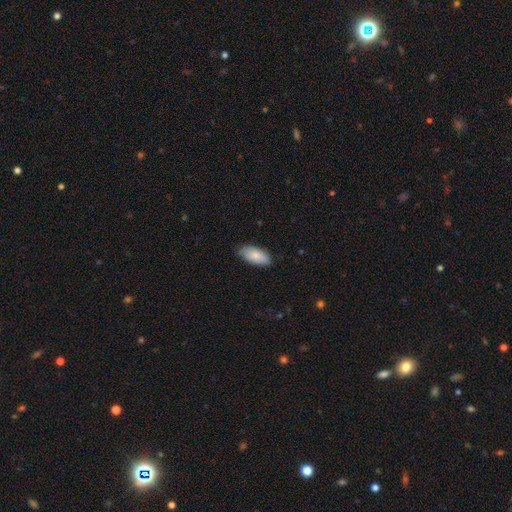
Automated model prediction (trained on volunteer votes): This appears to be a smooth galaxy with no disk features (83%) that is in between round and cigar-shaped (92%). Merging: none (79%).